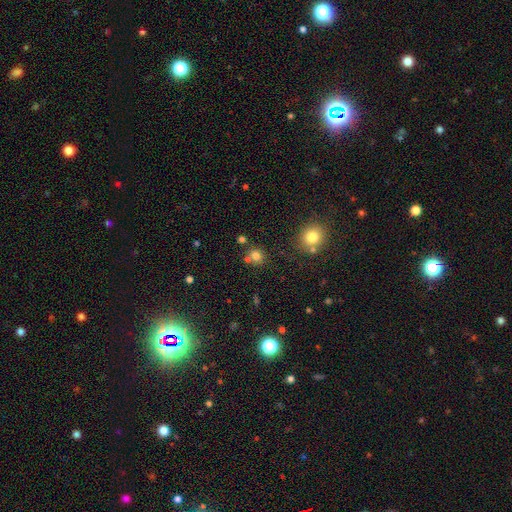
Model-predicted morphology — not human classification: Overall: smooth (77%). How rounded: round (84%). Merging: none (70%).